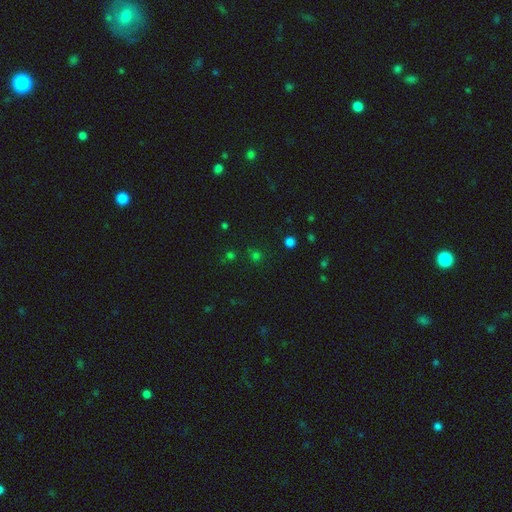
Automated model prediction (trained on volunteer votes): Smooth or featured? smooth (56%)
How rounded? round (90%)
Merging? none (83%)